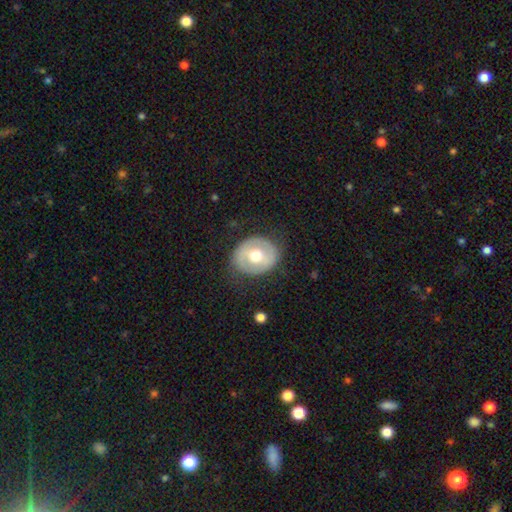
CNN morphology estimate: The model was most divided on "smooth or featured": smooth: 48%, featured or disk: 46%, star or artifact: 6%. More confident: merging — none (80%).